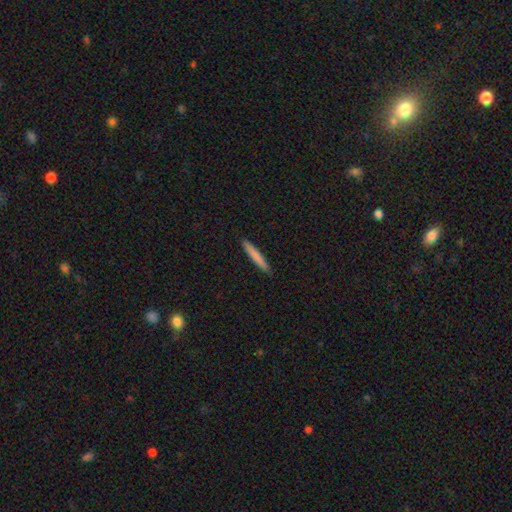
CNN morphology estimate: smooth-or-featured: smooth: 77% | featured or disk: 17% | star or artifact: 5%
  how-rounded: cigar-shaped: 96% | in between: 3% | round: 1%
  merging: none: 91% | minor disturbance: 6% | major disturbance: 1% | merger: 1%